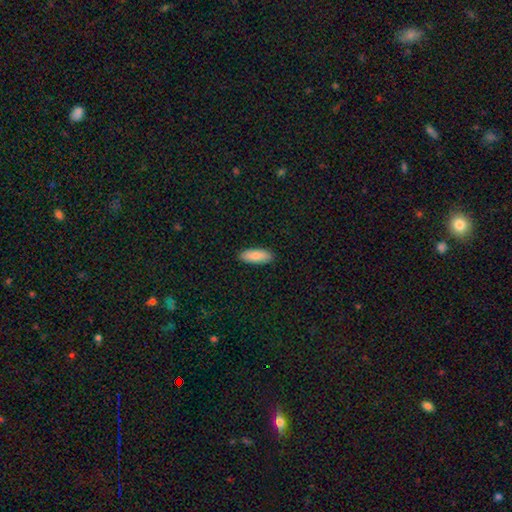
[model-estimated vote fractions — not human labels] This appears to be a smooth galaxy with no disk features (86%) that is in between round and cigar-shaped (72%). Merging: none (90%).